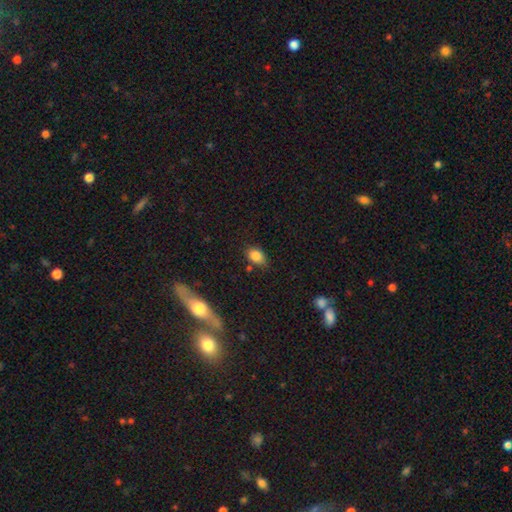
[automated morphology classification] A smooth galaxy with no disk features (84%) that is in between round and cigar-shaped (77%).

Vote fractions:
- Smooth or featured? smooth: 84% / star or artifact: 10% / featured or disk: 7%
- How rounded? in between: 77% / round: 20% / cigar-shaped: 2%
- Merging? none: 69% / minor disturbance: 22% / merger: 5% / major disturbance: 4%